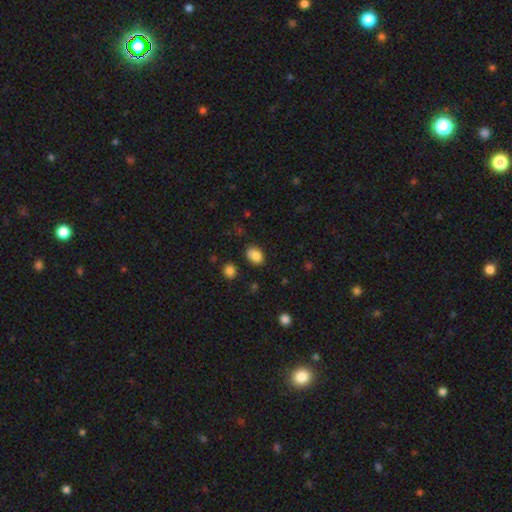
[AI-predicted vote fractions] smooth 85%, star or artifact 9%, featured or disk 6%. Down the decision tree: how rounded — in between (75%); merging — none (73%).